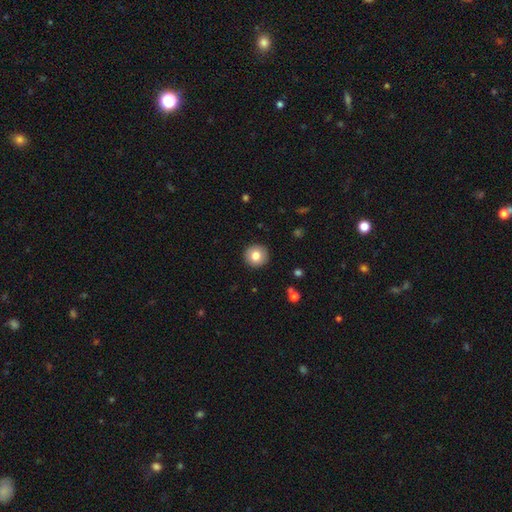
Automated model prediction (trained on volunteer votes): This appears to be a smooth galaxy with no disk features (81%) that is round (95%). Merging: none (92%).